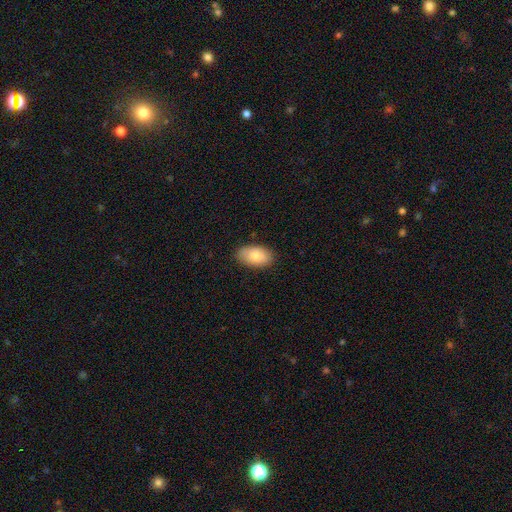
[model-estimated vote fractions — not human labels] Overall: smooth (83%). How rounded: in between (94%). Merging: none (86%).